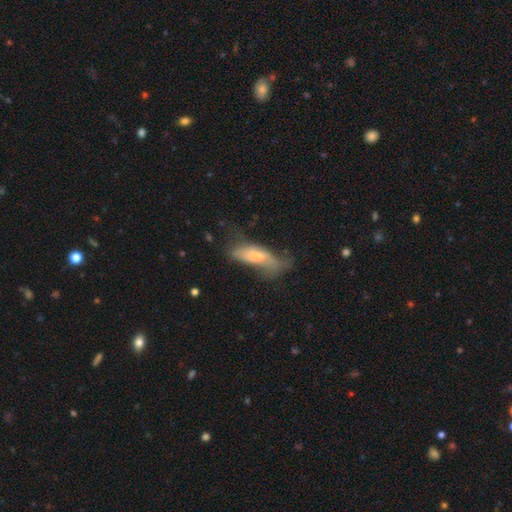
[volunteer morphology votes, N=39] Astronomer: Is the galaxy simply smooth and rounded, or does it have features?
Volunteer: smooth — 62%.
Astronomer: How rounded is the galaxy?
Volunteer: in between — 71%.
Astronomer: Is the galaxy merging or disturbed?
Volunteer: major disturbance — 45% (runner-up: minor disturbance, 29%).